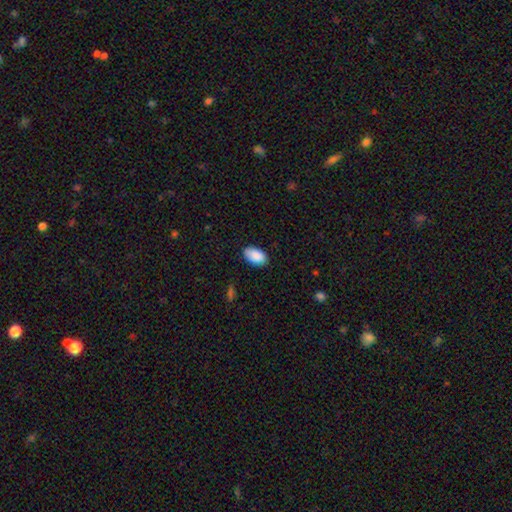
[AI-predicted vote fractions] Morphology: type=smooth (90%); roundness=in between (95%); merging=none (84%).